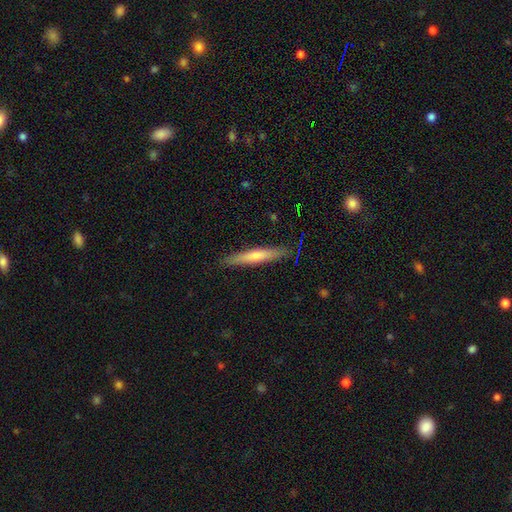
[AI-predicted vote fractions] Smooth or featured?
  - smooth: 57% *
  - featured or disk: 37%
  - star or artifact: 6%
How rounded?
  - cigar-shaped: 94% *
  - in between: 5%
  - round: 1%
Merging?
  - none: 88% *
  - minor disturbance: 9%
  - major disturbance: 2%
  - merger: 1%